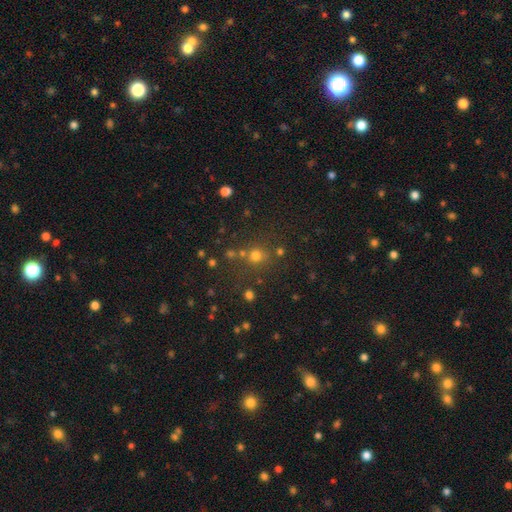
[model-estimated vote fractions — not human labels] Smooth or featured? Predicted: smooth (p=0.67). How rounded? Predicted: round (p=0.88). Merging? Predicted: none (p=0.72).